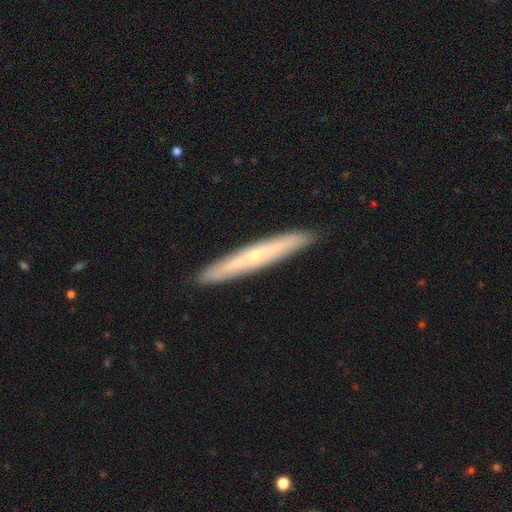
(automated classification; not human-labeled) Smooth or featured? Predicted: featured or disk (p=0.60). Edge-on disk? Predicted: yes (p=0.87). Edge-on bulge? Predicted: rounded (p=0.58). Merging? Predicted: none (p=0.92).